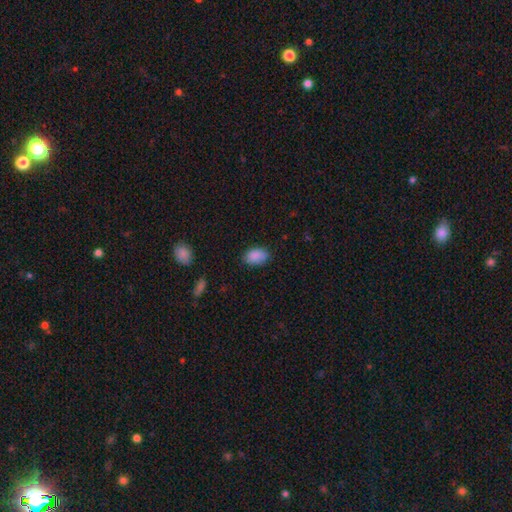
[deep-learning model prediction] A smooth galaxy with no disk features (88%) that is in between round and cigar-shaped (89%).

Vote fractions:
- Smooth or featured? smooth: 88% / star or artifact: 8% / featured or disk: 4%
- How rounded? in between: 89% / round: 10% / cigar-shaped: 1%
- Merging? none: 81% / minor disturbance: 15% / major disturbance: 3% / merger: 1%